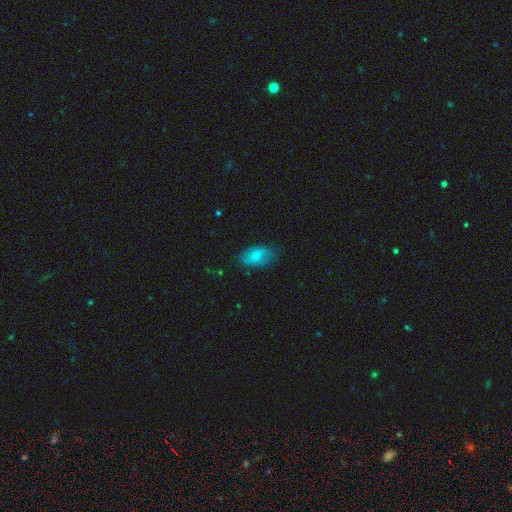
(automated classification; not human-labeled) Smooth or featured? smooth (51%)
How rounded? in between (89%)
Merging? none (72%)